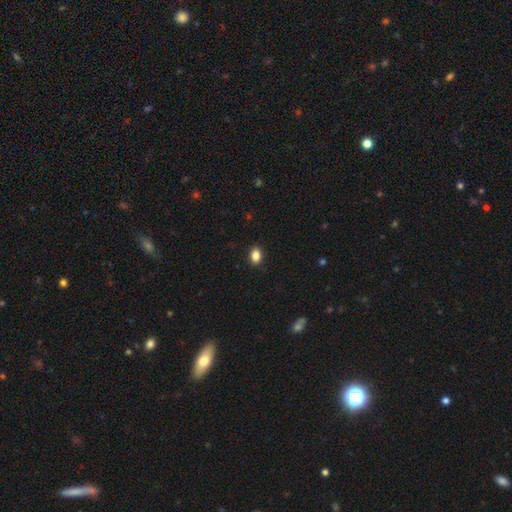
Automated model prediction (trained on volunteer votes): smooth 87%, star or artifact 9%, featured or disk 4%. Down the decision tree: how rounded — in between (78%); merging — none (90%).